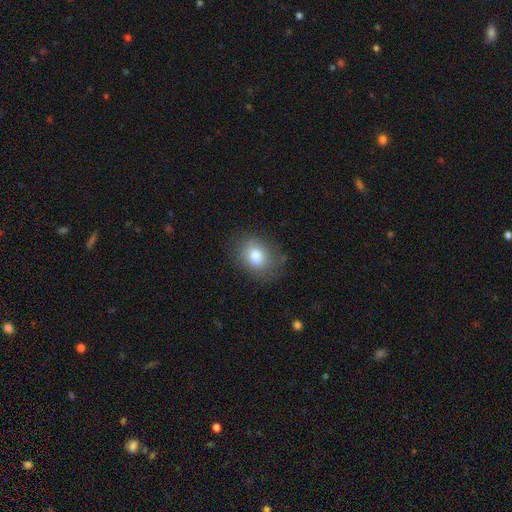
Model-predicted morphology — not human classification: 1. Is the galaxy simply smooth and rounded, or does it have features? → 79% smooth, 11% featured or disk, 10% star or artifact.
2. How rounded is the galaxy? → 57% in between, 42% round, 1% cigar-shaped.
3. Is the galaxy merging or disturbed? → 77% none, 17% minor disturbance, 6% major disturbance, 1% merger.